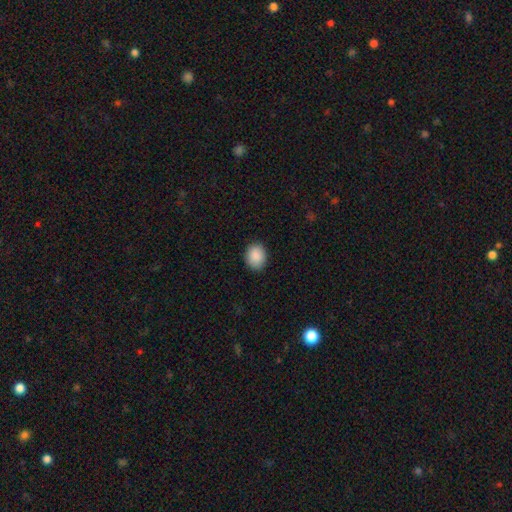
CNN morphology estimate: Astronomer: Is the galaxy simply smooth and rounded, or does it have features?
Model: smooth — 90%.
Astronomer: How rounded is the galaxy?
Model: in between — 52% (runner-up: round, 47%).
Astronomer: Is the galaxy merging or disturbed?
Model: none — 89%.